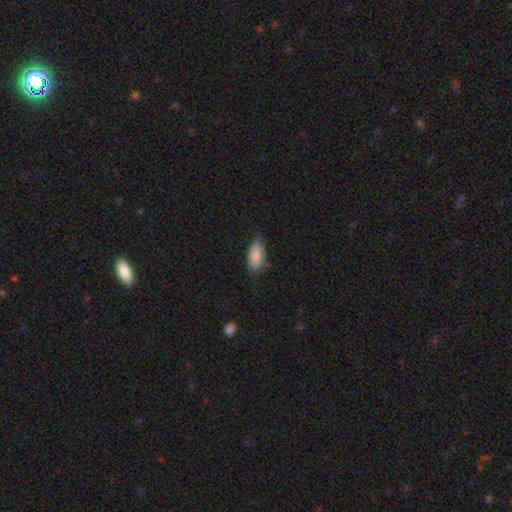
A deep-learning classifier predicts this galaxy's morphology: Smooth or featured?
  - smooth: 84% *
  - featured or disk: 9%
  - star or artifact: 6%
How rounded?
  - in between: 89% *
  - cigar-shaped: 9%
  - round: 2%
Merging?
  - none: 63% *
  - minor disturbance: 28%
  - major disturbance: 6%
  - merger: 2%